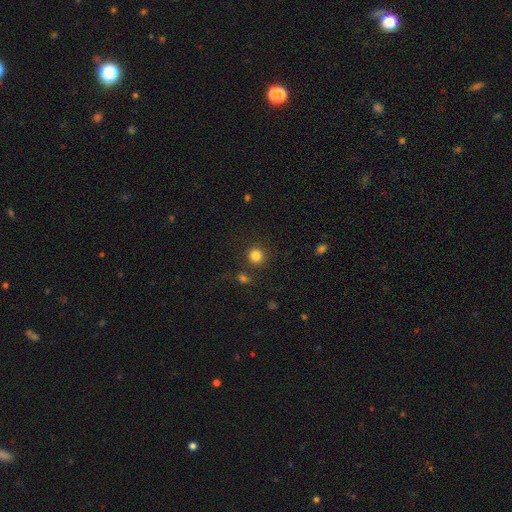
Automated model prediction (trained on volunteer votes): smooth_or_featured: smooth (p=0.83) [alt: star or artifact p=0.12]
how_rounded: round (p=0.91) [alt: in between p=0.08]
merging: none (p=0.84) [alt: minor disturbance p=0.07]